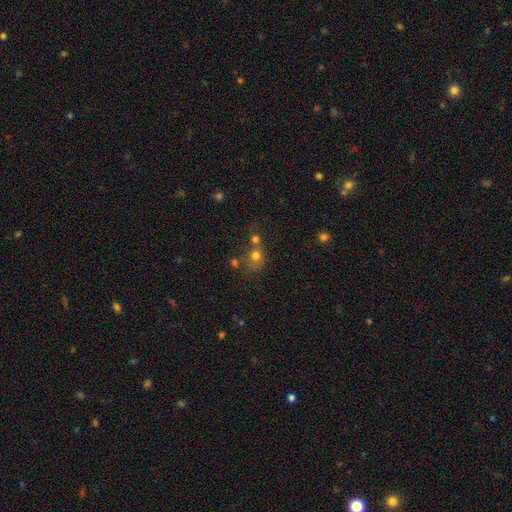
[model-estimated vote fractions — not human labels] Morphology: type=smooth (70%); roundness=round (78%); merging=merger (43%).